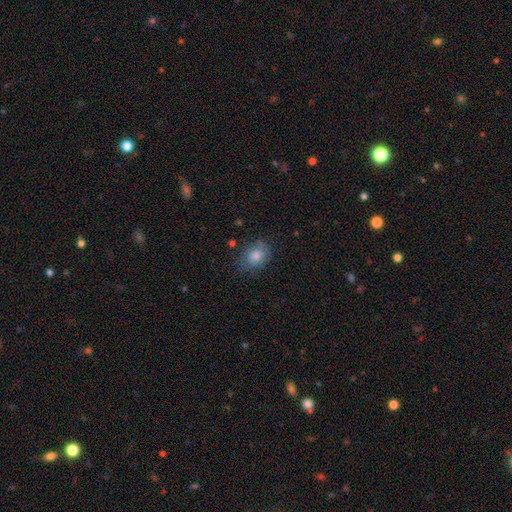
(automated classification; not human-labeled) Smooth or featured? smooth (76%)
How rounded? in between (58%)
Merging? none (75%)